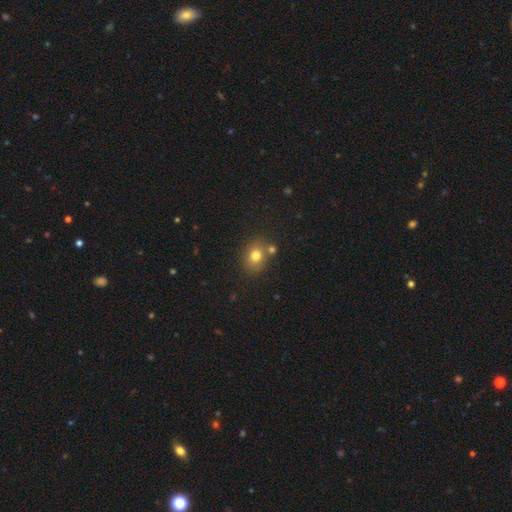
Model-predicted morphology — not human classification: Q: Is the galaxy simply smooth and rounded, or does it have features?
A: smooth — 77%.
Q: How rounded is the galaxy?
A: round — 59%.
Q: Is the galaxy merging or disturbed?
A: none — 68%.